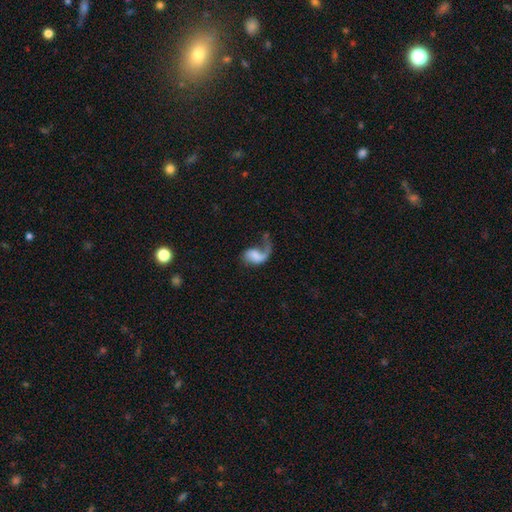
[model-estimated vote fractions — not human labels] smooth_or_featured: featured or disk (p=0.52) [alt: smooth p=0.39]
disk_edge_on: no (p=0.97) [alt: yes p=0.03]
bar: no (p=0.64) [alt: weak p=0.27]
has_spiral_arms: yes (p=0.81) [alt: no p=0.19]
bulge_size: none (p=0.46) [alt: small p=0.18]
merging: major disturbance (p=0.51) [alt: none p=0.26]